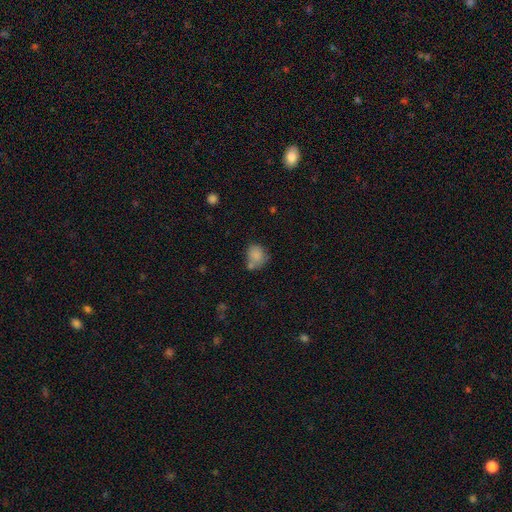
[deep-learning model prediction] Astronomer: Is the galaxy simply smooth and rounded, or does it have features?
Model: smooth — 82%.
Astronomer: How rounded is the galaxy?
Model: round — 72%.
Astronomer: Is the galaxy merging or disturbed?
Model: none — 50%.